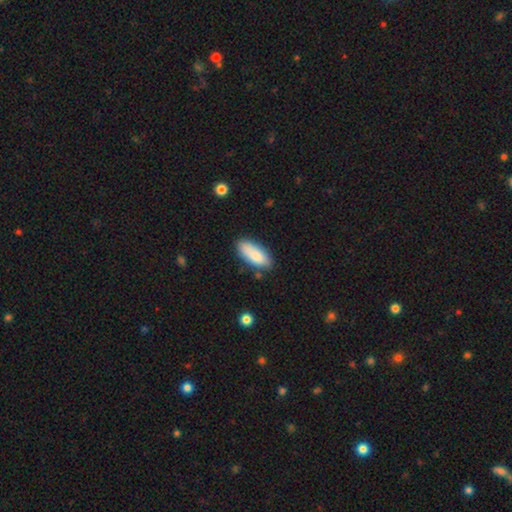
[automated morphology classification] smooth 83%, featured or disk 11%, star or artifact 6%. Down the decision tree: how rounded — in between (84%); merging — none (76%).